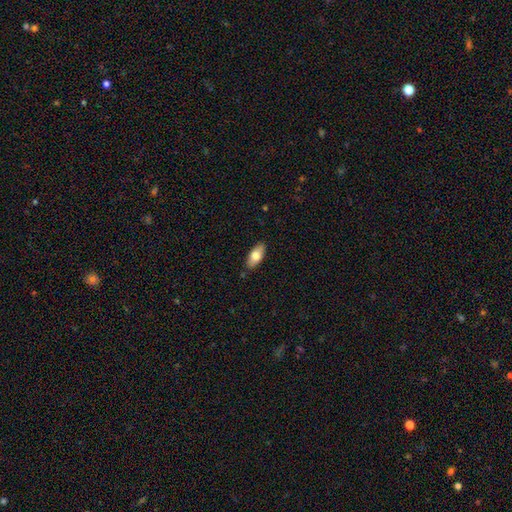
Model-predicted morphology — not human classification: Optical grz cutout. It shows a smooth galaxy with no disk features (75%) that is in between round and cigar-shaped (86%). Merging: none (87%).